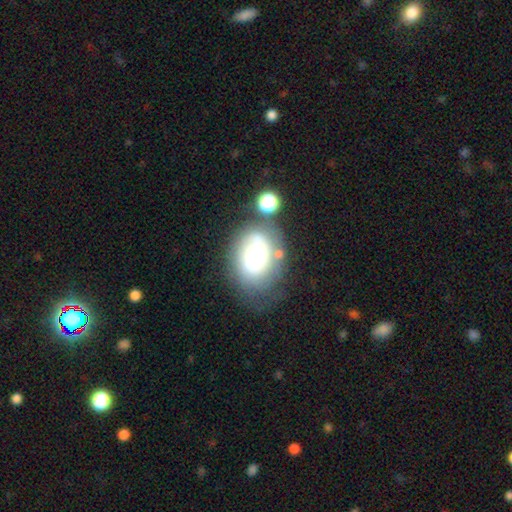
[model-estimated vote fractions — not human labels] This appears to be a smooth galaxy with no disk features (55%) that is in between round and cigar-shaped (64%). Merging: none (46%).